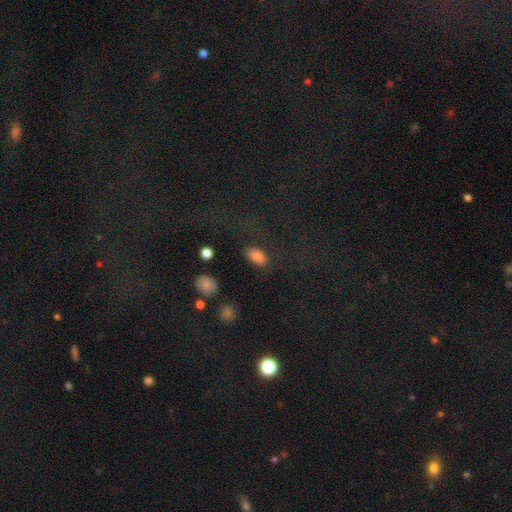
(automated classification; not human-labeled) This is clearly a smooth galaxy (83%). How rounded: clearly in between (91%). Merging: likely none (77%).